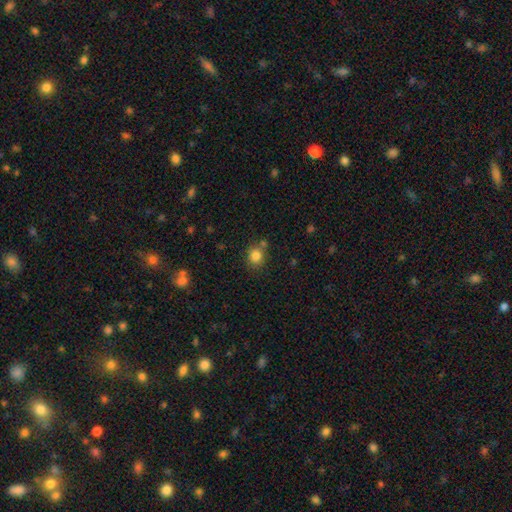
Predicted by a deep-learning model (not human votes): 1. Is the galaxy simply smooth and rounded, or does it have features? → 82% smooth, 12% star or artifact, 6% featured or disk.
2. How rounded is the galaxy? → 78% round, 21% in between, 1% cigar-shaped.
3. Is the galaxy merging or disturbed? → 70% none, 13% merger, 13% minor disturbance, 4% major disturbance.